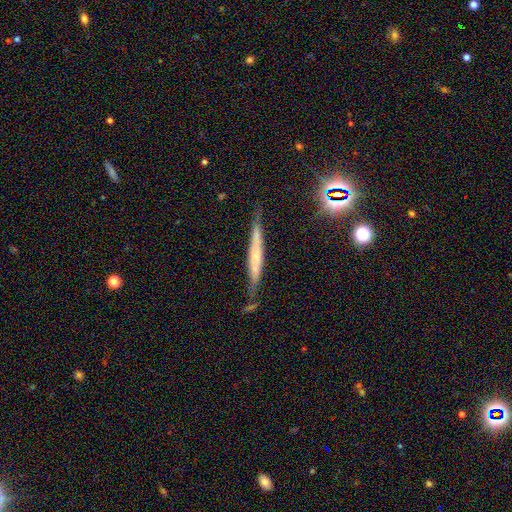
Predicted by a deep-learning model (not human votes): Morphology: type=featured or disk (57%); edge-on=yes (92%); edge-on bulge=none (48%); merging=none (75%).